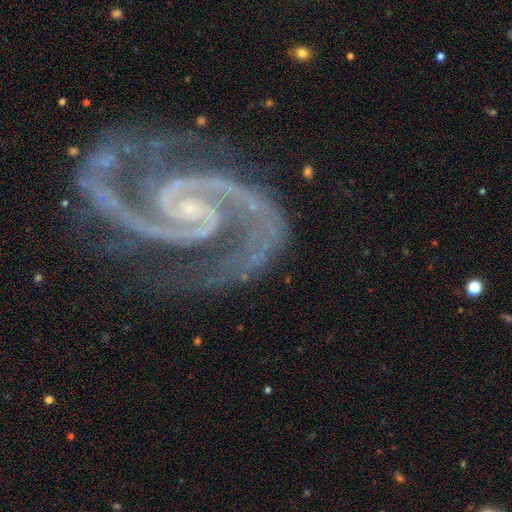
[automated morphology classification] type=featured or disk (94%); edge-on=no (98%); bar=no (46%); spiral arms=yes (99%); winding=medium (52%); arm count=2 (93%); bulge=small (78%); merging=none (66%).